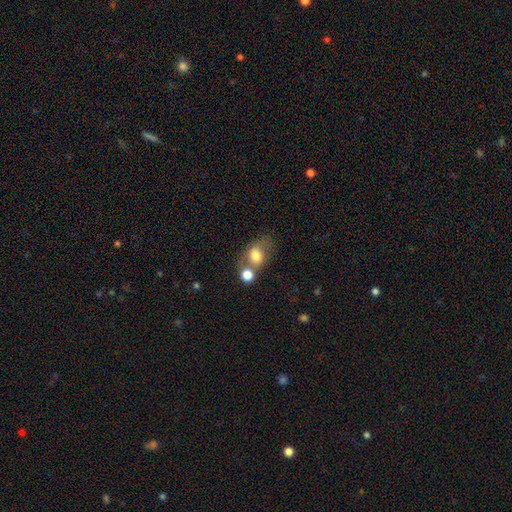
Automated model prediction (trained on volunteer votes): smooth 72%, featured or disk 18%, star or artifact 10%. Down the decision tree: how rounded — in between (61%); merging — merger (40%).